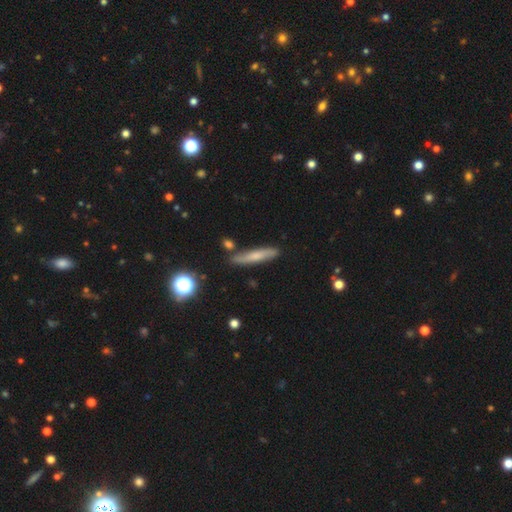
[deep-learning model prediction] Morphology: type=smooth (57%); roundness=cigar-shaped (90%); merging=none (82%).